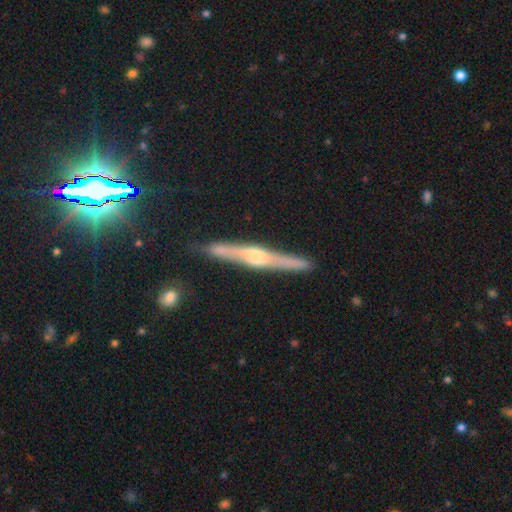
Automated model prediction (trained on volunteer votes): Morphology: type=featured or disk (77%); edge-on=yes (97%); edge-on bulge=rounded (70%); merging=none (87%).